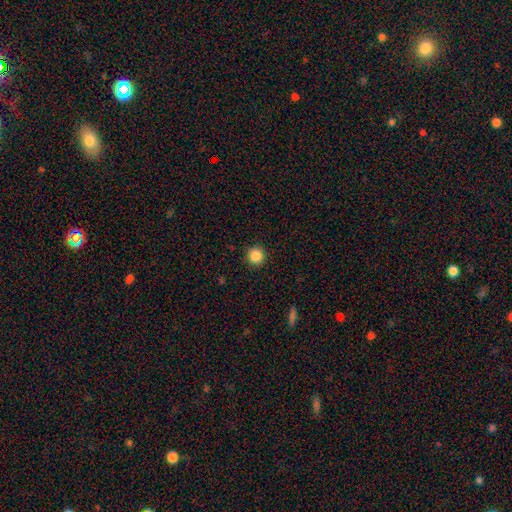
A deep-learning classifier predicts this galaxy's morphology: smooth_or_featured: smooth (p=0.87) [alt: star or artifact p=0.10]
how_rounded: round (p=0.95) [alt: in between p=0.04]
merging: none (p=0.92) [alt: minor disturbance p=0.05]